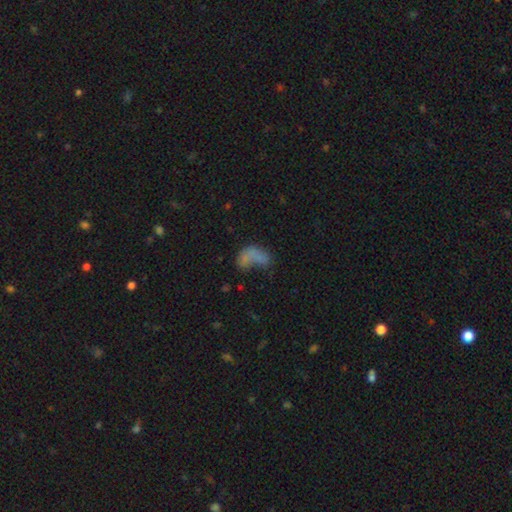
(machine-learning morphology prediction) smooth-or-featured: smooth: 60% | featured or disk: 25% | star or artifact: 15%
  how-rounded: in between: 86% | round: 10% | cigar-shaped: 4%
  merging: major disturbance: 40% | none: 26% | merger: 17% | minor disturbance: 17%